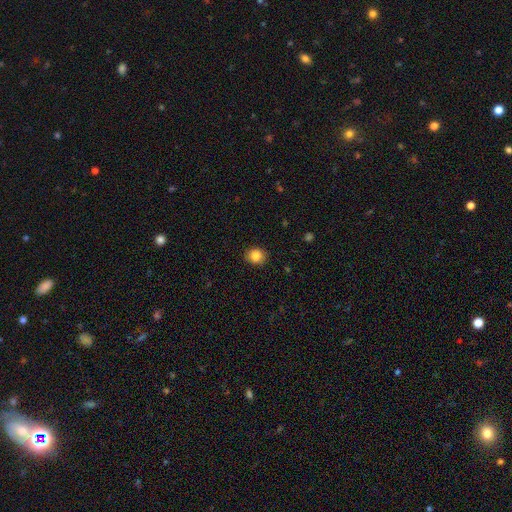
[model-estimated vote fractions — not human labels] This appears to be a smooth galaxy with no disk features (86%) that is round (77%). Merging: none (89%).